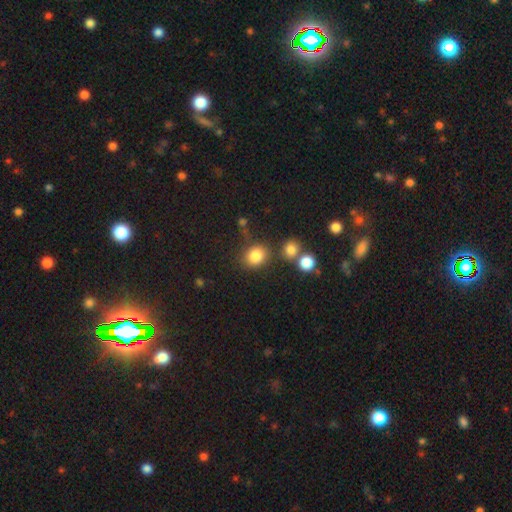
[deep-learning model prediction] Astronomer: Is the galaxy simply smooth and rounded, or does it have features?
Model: smooth — 82%.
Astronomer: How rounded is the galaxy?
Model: round — 66%.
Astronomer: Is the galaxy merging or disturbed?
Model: none — 68%.